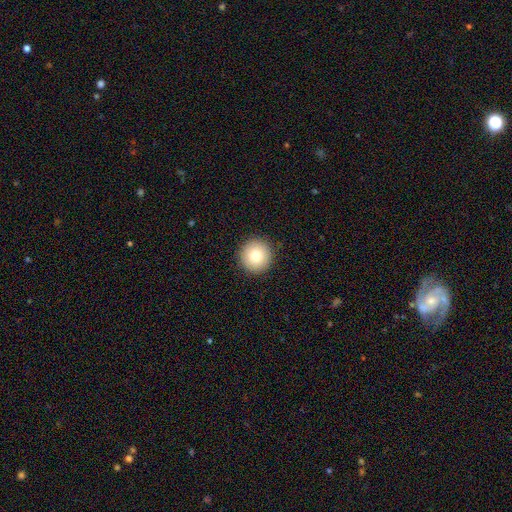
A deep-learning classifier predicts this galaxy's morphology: Smooth or featured? Predicted: smooth (p=0.81). How rounded? Predicted: round (p=0.95). Merging? Predicted: none (p=0.92).